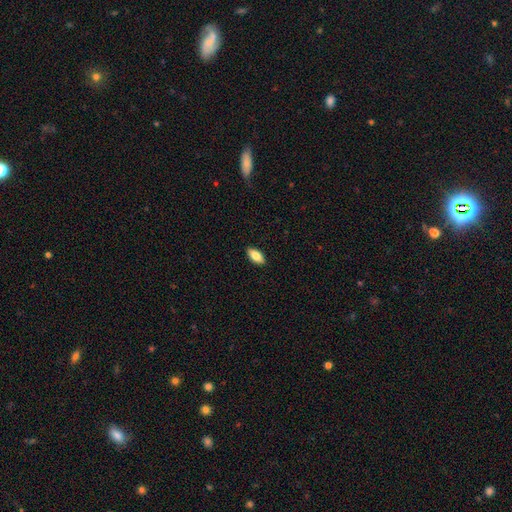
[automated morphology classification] Q: Smooth or featured?
A: smooth (82%); runner-up: featured or disk (11%)
Q: How rounded?
A: in between (88%); runner-up: cigar-shaped (9%)
Q: Merging?
A: none (90%); runner-up: minor disturbance (8%)